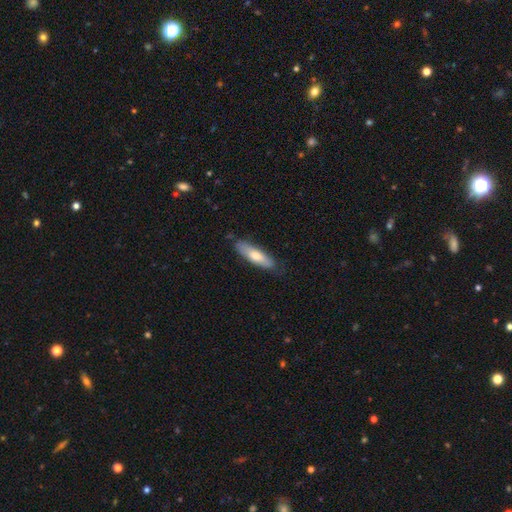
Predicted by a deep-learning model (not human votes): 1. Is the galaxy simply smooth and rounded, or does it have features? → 66% smooth, 29% featured or disk, 6% star or artifact.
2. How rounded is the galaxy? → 65% cigar-shaped, 34% in between, 2% round.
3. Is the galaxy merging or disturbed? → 80% none, 16% minor disturbance, 3% major disturbance, 1% merger.